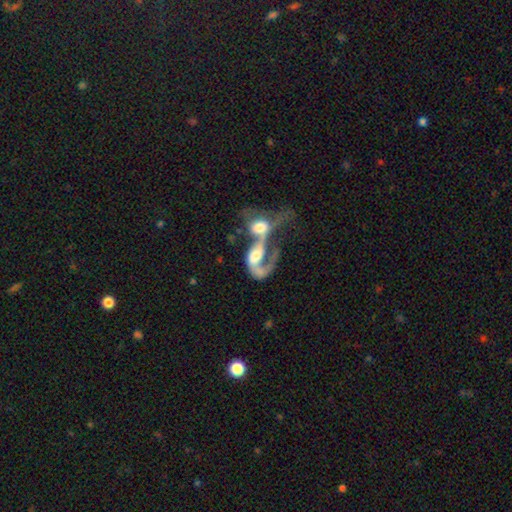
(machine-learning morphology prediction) type=featured or disk (70%); edge-on=no (95%); bar=no (57%); spiral arms=yes (77%); winding=loose (60%); arm count=1 (54%); bulge=moderate (47%); merging=merger (81%).